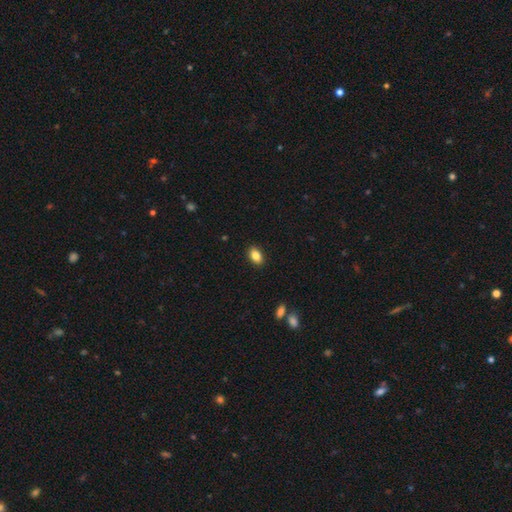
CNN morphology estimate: smooth 85%, star or artifact 8%, featured or disk 7%. Down the decision tree: how rounded — in between (87%); merging — none (90%).